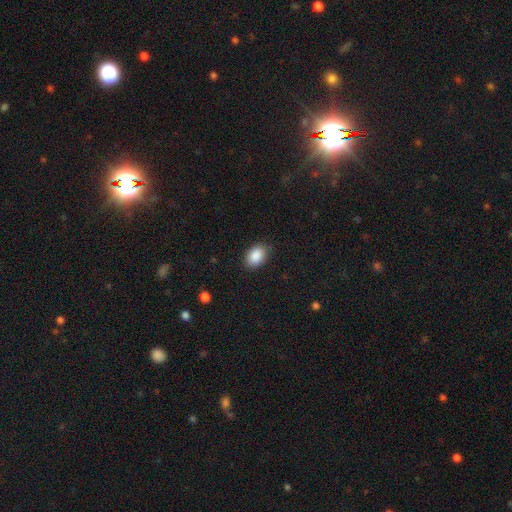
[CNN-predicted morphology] A smooth galaxy with no disk features (89%) that is in between round and cigar-shaped (84%). Merging: none (84%).